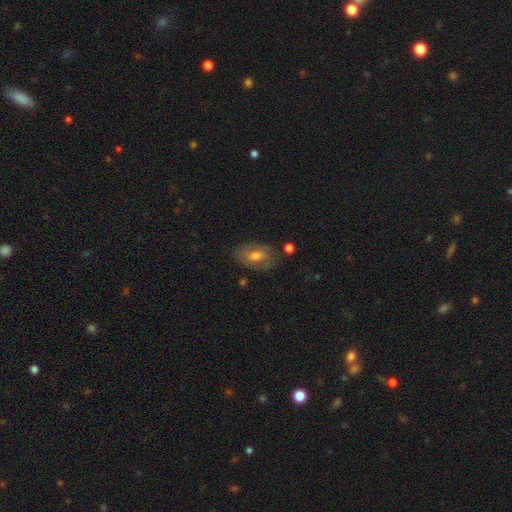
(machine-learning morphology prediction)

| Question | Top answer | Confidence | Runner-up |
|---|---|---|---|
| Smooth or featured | smooth | 51% | featured or disk (40%) |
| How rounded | in between | 87% | round (11%) |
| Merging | none | 75% | minor disturbance (17%) |